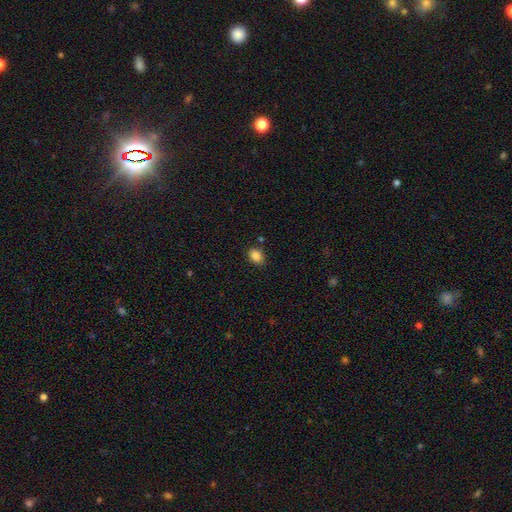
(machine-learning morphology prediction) Smooth or featured: smooth — 87% (star or artifact — 9%)
How rounded: in between — 70% (round — 29%)
Merging: none — 80% (minor disturbance — 13%)